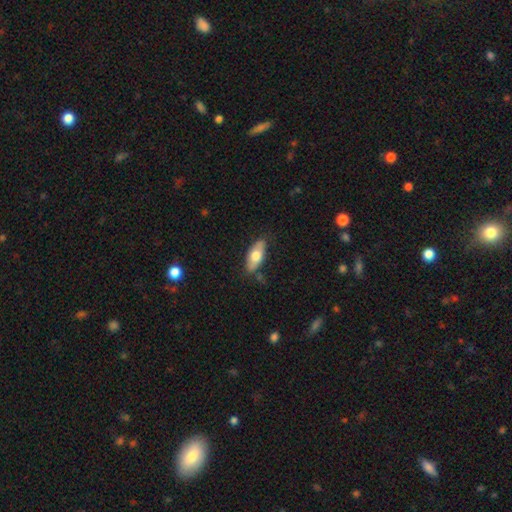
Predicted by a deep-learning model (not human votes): Smooth or featured? smooth (66%)
How rounded? in between (83%)
Merging? none (79%)